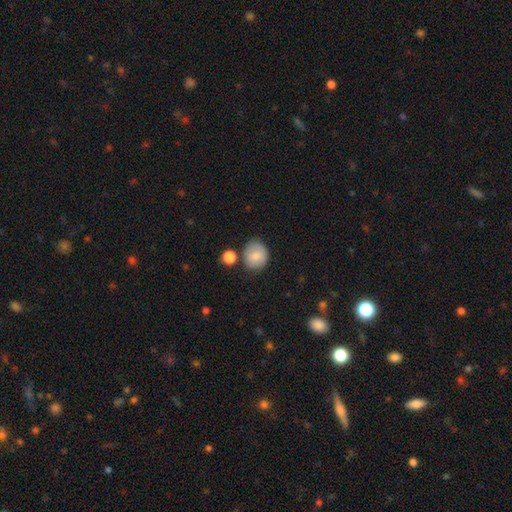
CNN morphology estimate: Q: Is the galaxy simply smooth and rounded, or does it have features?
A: smooth — 80%.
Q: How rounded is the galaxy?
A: round — 68%.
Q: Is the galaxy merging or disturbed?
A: none — 69%.